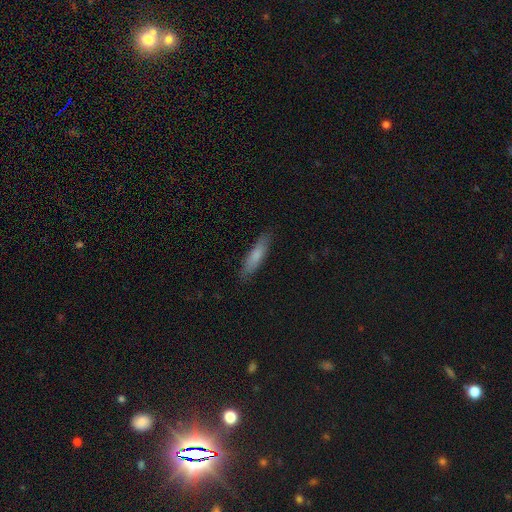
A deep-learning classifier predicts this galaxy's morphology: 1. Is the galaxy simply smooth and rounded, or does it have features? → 77% smooth, 17% featured or disk, 6% star or artifact.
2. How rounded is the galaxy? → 77% cigar-shaped, 22% in between, 1% round.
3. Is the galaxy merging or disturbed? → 86% none, 11% minor disturbance, 2% major disturbance, 1% merger.